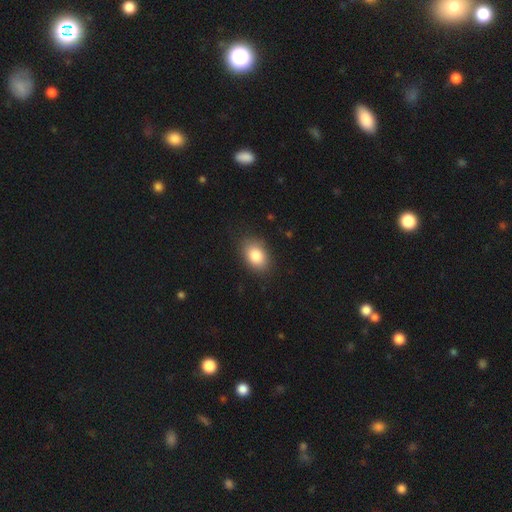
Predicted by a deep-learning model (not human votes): smooth 84%, featured or disk 8%, star or artifact 8%. Down the decision tree: how rounded — in between (84%); merging — none (85%).